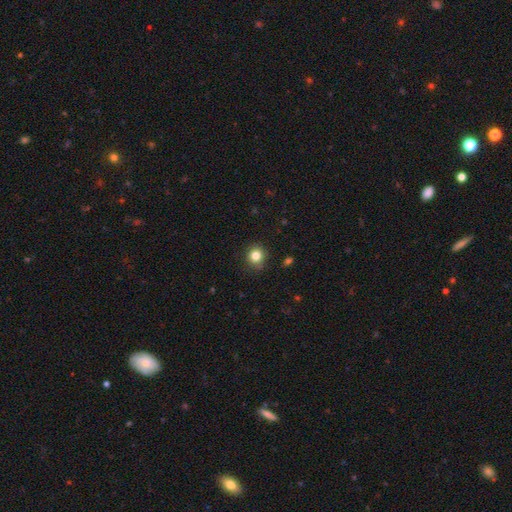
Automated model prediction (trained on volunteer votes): Morphology: type=smooth (82%); roundness=round (88%); merging=none (87%).